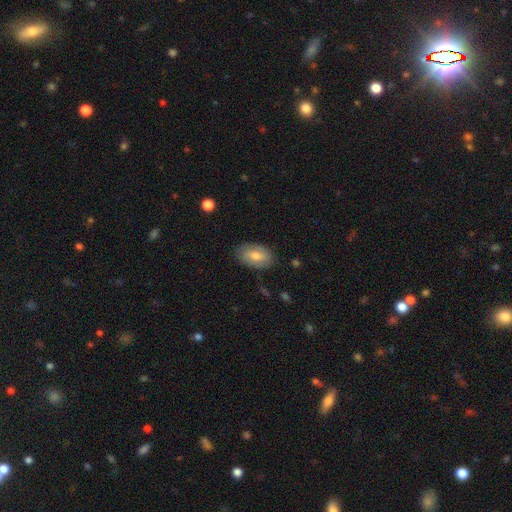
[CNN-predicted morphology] smooth_or_featured: smooth (p=0.70) [alt: featured or disk p=0.23]
how_rounded: in between (p=0.92) [alt: round p=0.06]
merging: none (p=0.83) [alt: minor disturbance p=0.13]